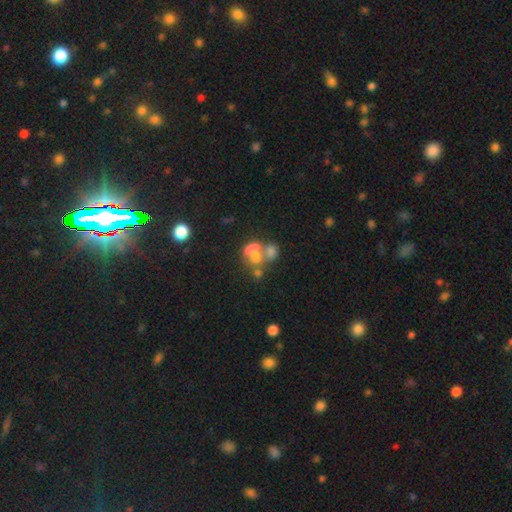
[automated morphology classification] Smooth or featured? smooth (46%)
Merging? merger (55%)